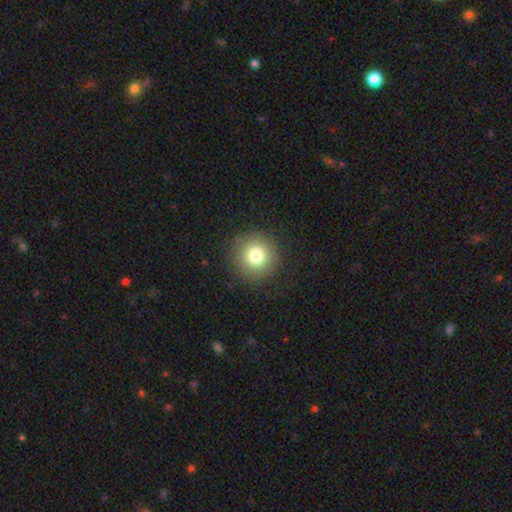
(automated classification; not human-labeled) Smooth or featured? Predicted: smooth (p=0.79). How rounded? Predicted: round (p=0.95). Merging? Predicted: none (p=0.89).